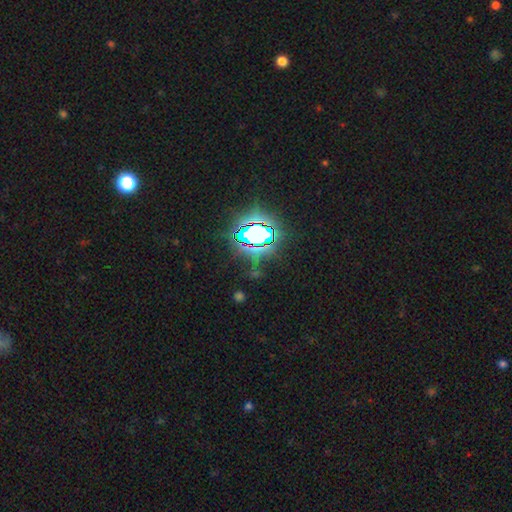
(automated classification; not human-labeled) smooth-or-featured: star or artifact: 81% | smooth: 12% | featured or disk: 7%